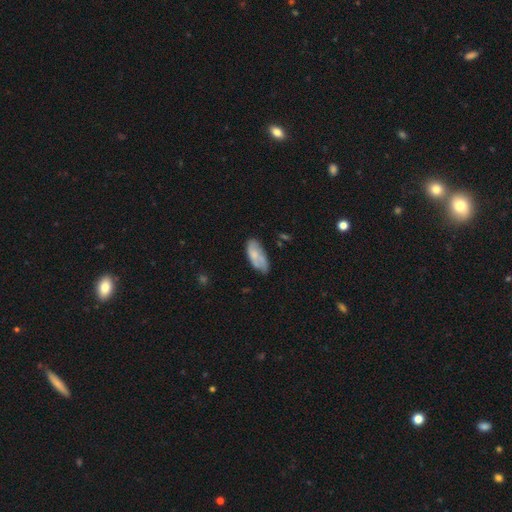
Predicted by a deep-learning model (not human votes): This appears to be a smooth galaxy with no disk features (67%) that is in between round and cigar-shaped (86%). Merging: none (57%).